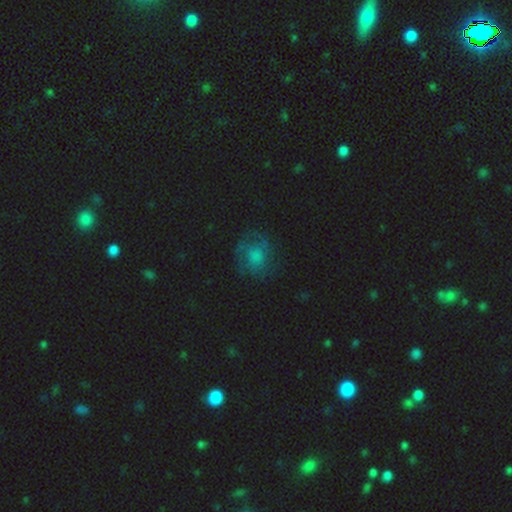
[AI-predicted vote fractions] Smooth or featured? smooth (44%)
Merging? none (69%)